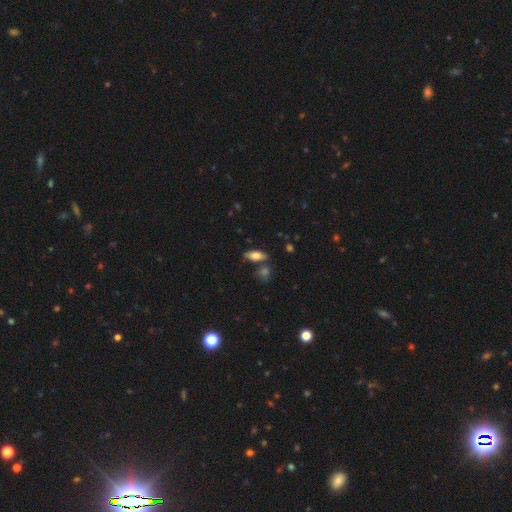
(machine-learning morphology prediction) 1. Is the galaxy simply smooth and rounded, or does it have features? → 73% smooth, 19% featured or disk, 8% star or artifact.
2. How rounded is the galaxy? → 78% in between, 18% cigar-shaped, 3% round.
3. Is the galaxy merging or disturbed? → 71% none, 15% minor disturbance, 10% merger, 4% major disturbance.